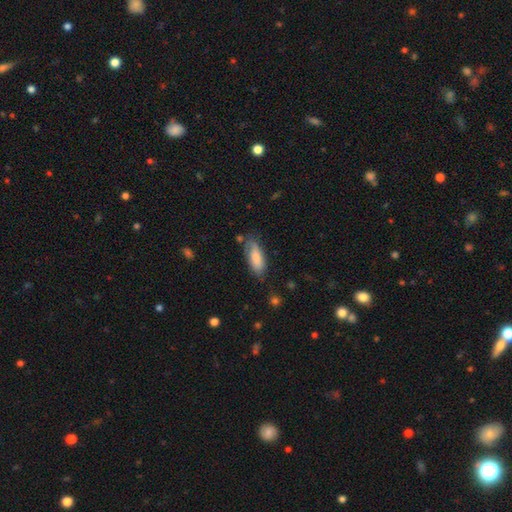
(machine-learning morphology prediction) Smooth or featured? Predicted: smooth (p=0.77). How rounded? Predicted: in between (p=0.73). Merging? Predicted: none (p=0.66).